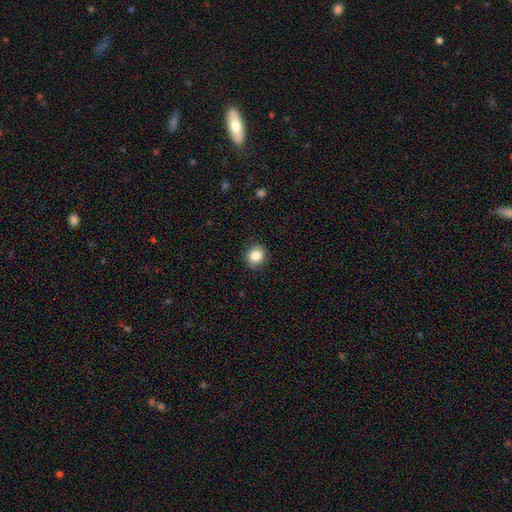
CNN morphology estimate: The model was most divided on "how rounded": round: 81%, in between: 18%, cigar-shaped: 1%. More confident: merging — none (90%); smooth or featured — smooth (85%).